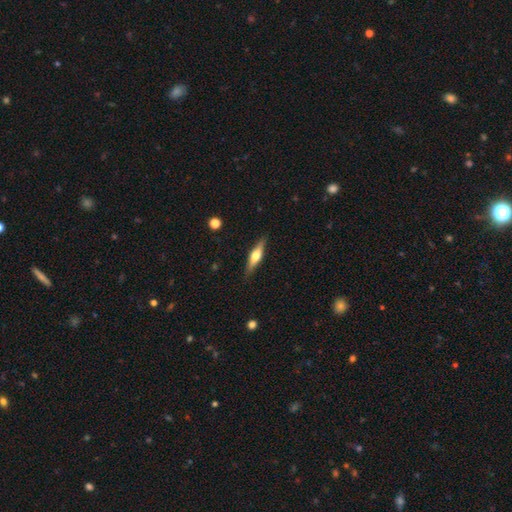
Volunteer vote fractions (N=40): A featured or disk galaxy (57%) viewed edge-on (87%) with a rounded central bulge (95%). Merging: none (92%).